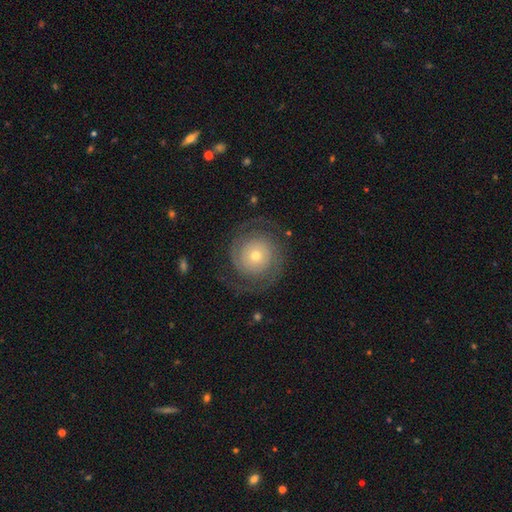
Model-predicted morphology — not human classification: A featured or disk galaxy (82%) with no bar (82%), 2 (84%) tight (62%) spiral arms (94%) and a small central bulge (52%). Merging: none (79%).